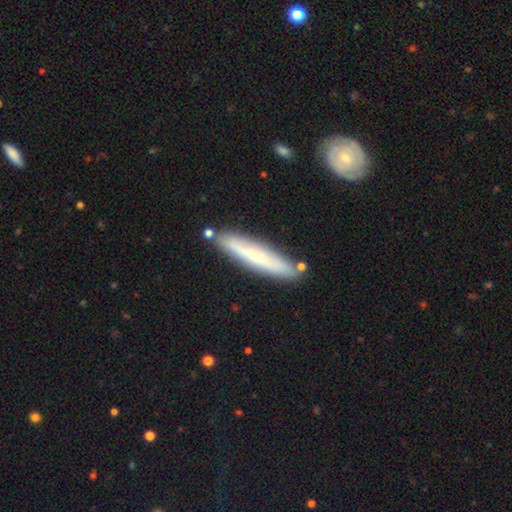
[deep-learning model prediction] This appears to be a smooth galaxy with no disk features (65%) that is cigar-shaped (90%). Merging: none (82%).